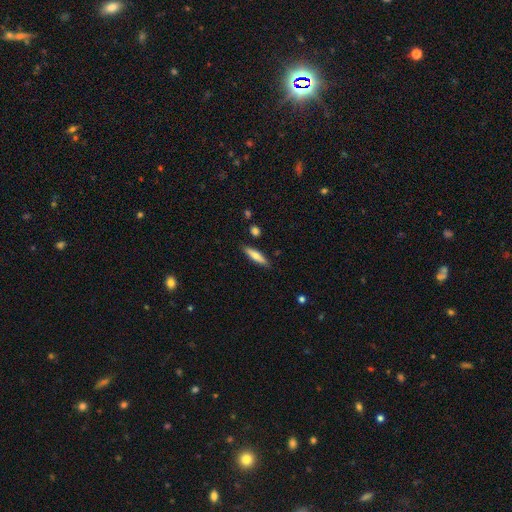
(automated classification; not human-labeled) Smooth or featured? smooth (65%)
How rounded? cigar-shaped (74%)
Merging? none (85%)